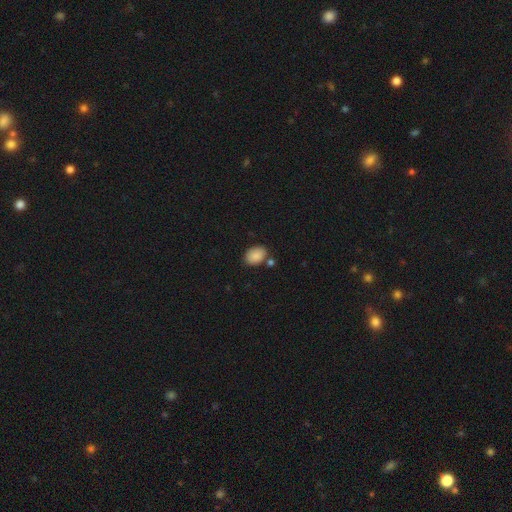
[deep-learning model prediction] Smooth or featured: smooth — 88% (star or artifact — 8%)
How rounded: in between — 82% (round — 17%)
Merging: none — 74% (minor disturbance — 13%)